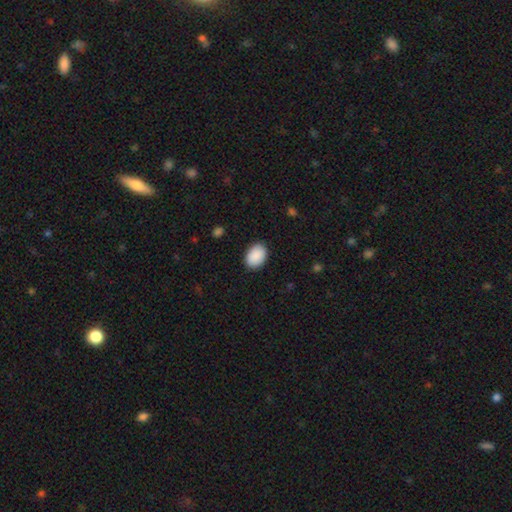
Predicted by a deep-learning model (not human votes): A smooth galaxy with no disk features (91%) that is in between round and cigar-shaped (82%). Merging: none (88%).